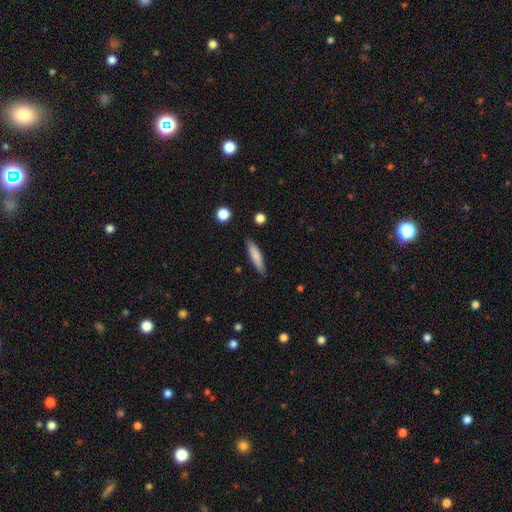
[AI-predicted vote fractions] Smooth or featured?
  - smooth: 79% *
  - featured or disk: 15%
  - star or artifact: 6%
How rounded?
  - cigar-shaped: 83% *
  - in between: 16%
  - round: 1%
Merging?
  - none: 87% *
  - minor disturbance: 10%
  - major disturbance: 2%
  - merger: 2%